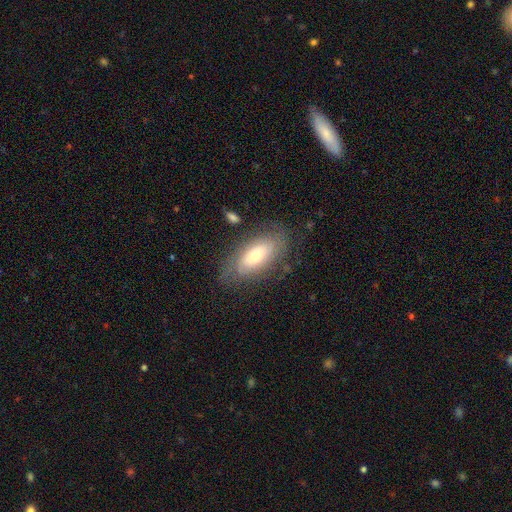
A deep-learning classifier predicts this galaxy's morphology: The model was most divided on "smooth or featured": smooth: 49%, featured or disk: 43%, star or artifact: 8%. More confident: merging — none (77%).